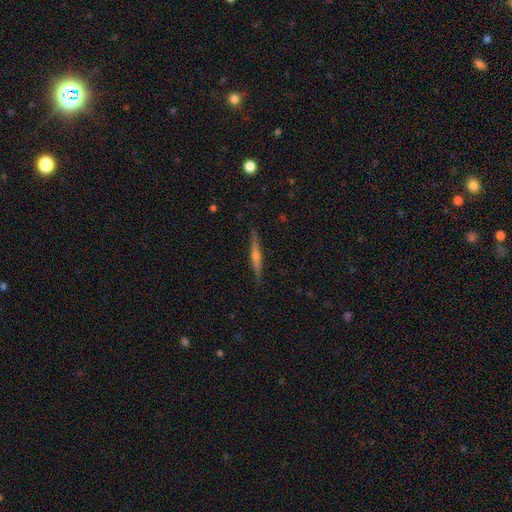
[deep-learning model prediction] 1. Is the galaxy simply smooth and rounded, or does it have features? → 68% featured or disk, 26% smooth, 7% star or artifact.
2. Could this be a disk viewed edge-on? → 98% yes, 2% no.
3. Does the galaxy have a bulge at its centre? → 73% rounded, 16% none, 10% boxy.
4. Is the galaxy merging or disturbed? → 89% none, 8% minor disturbance, 2% major disturbance, 1% merger.